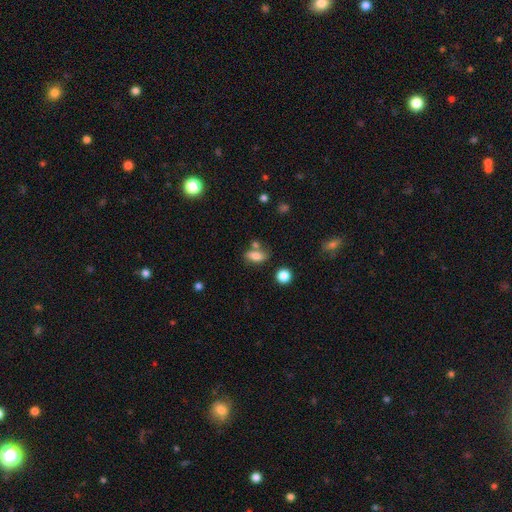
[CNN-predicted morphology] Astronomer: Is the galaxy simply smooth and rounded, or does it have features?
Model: smooth — 77%.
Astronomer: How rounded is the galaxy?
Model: in between — 78%.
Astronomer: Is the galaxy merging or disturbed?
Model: none — 57%.